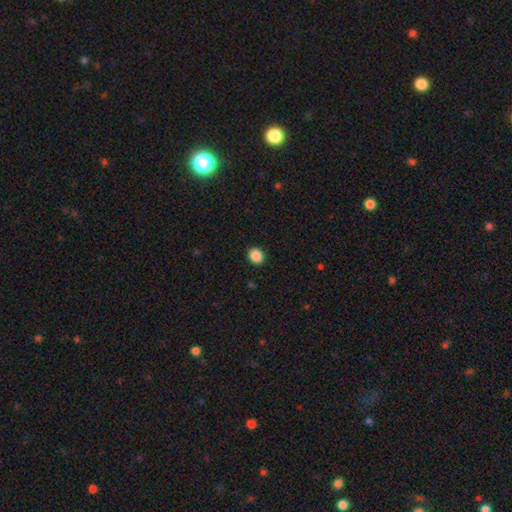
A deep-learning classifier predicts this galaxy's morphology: Smooth or featured? smooth (88%)
How rounded? round (73%)
Merging? none (92%)